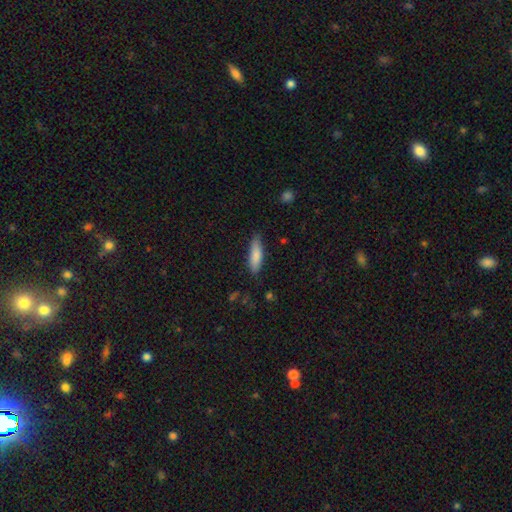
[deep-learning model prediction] This appears to be a smooth galaxy with no disk features (84%) that is cigar-shaped (59%). Merging: none (80%).